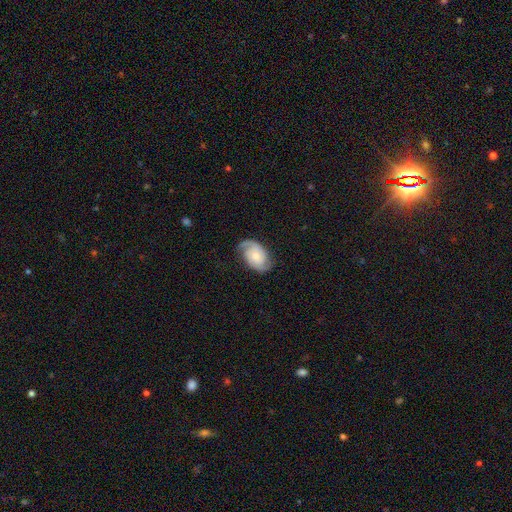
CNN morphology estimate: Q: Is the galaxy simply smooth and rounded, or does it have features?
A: featured or disk — 75%.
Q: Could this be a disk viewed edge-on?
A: no — 97%.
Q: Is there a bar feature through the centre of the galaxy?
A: no — 71%.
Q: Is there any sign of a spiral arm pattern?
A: yes — 95%.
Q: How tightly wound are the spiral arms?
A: medium — 43%.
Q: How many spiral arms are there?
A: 2 — 84%.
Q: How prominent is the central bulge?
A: small — 51%.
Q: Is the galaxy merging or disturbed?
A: none — 71%.